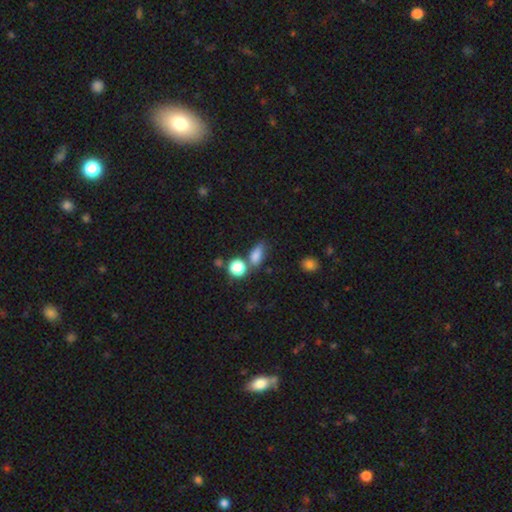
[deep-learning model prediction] A smooth galaxy with no disk features (78%) that is in between round and cigar-shaped (75%).

Vote fractions:
- Smooth or featured? smooth: 78% / star or artifact: 15% / featured or disk: 7%
- How rounded? in between: 75% / round: 18% / cigar-shaped: 7%
- Merging? none: 58% / minor disturbance: 19% / merger: 17% / major disturbance: 7%